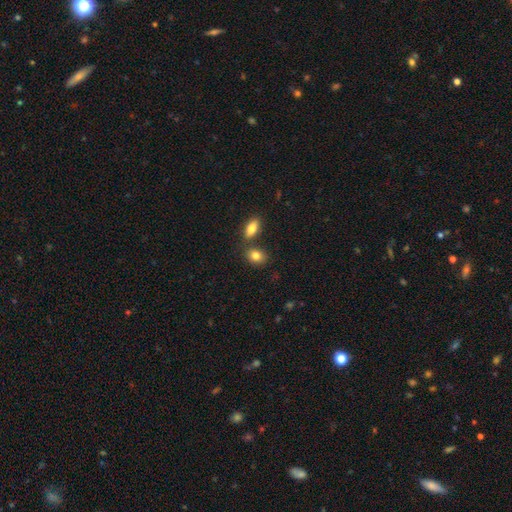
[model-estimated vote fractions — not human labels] A smooth galaxy with no disk features (83%) that is in between round and cigar-shaped (69%).

Vote fractions:
- Smooth or featured? smooth: 83% / featured or disk: 9% / star or artifact: 9%
- How rounded? in between: 69% / round: 29% / cigar-shaped: 2%
- Merging? none: 67% / merger: 19% / minor disturbance: 11% / major disturbance: 3%